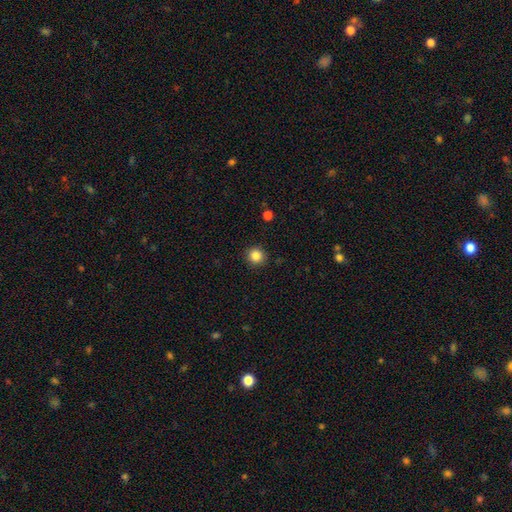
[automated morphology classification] This is clearly a smooth galaxy (85%). How rounded: clearly round (93%). Merging: clearly none (92%).